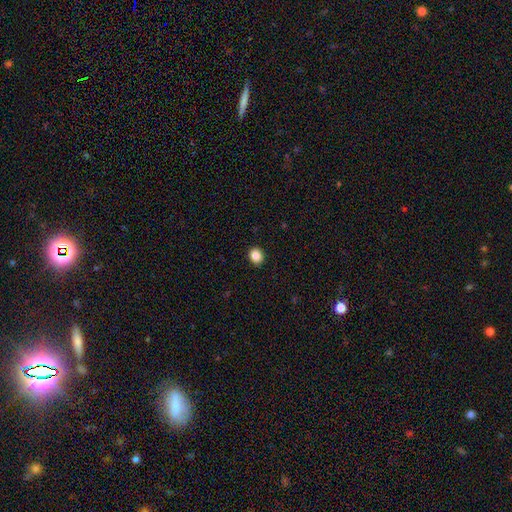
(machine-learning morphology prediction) smooth-or-featured: smooth: 88% | star or artifact: 9% | featured or disk: 3%
  how-rounded: round: 69% | in between: 31% | cigar-shaped: 1%
  merging: none: 91% | minor disturbance: 6% | major disturbance: 2% | merger: 1%